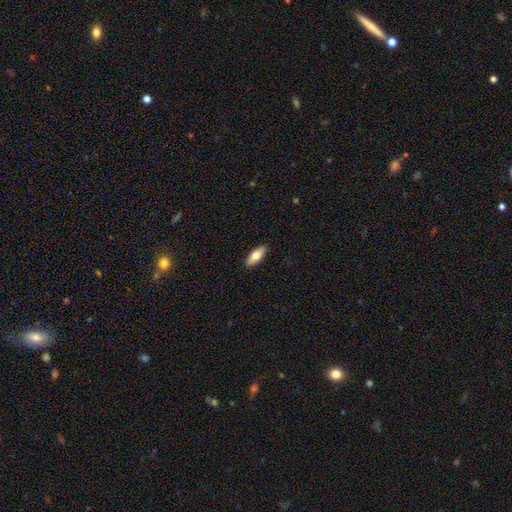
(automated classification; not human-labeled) smooth-or-featured: smooth: 75% | featured or disk: 20% | star or artifact: 6%
  how-rounded: in between: 73% | cigar-shaped: 24% | round: 2%
  merging: none: 91% | minor disturbance: 7% | major disturbance: 1% | merger: 1%